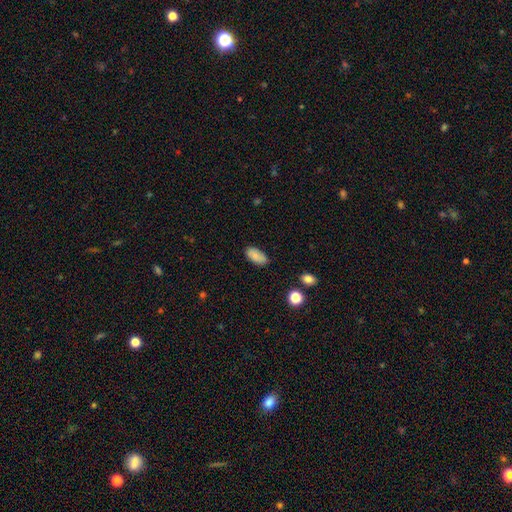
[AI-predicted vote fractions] smooth-or-featured: smooth: 85% | star or artifact: 8% | featured or disk: 8%
  how-rounded: in between: 93% | cigar-shaped: 4% | round: 3%
  merging: none: 81% | minor disturbance: 14% | major disturbance: 3% | merger: 2%